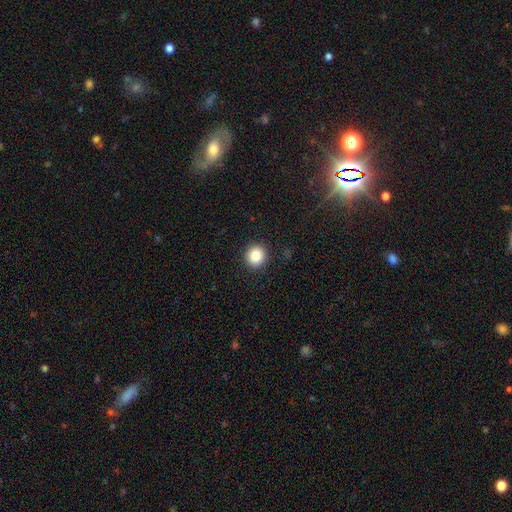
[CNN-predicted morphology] A smooth galaxy with no disk features (85%) that is round (89%).

Vote fractions:
- Smooth or featured? smooth: 85% / star or artifact: 10% / featured or disk: 5%
- How rounded? round: 89% / in between: 10% / cigar-shaped: 1%
- Merging? none: 91% / minor disturbance: 6% / major disturbance: 2% / merger: 1%